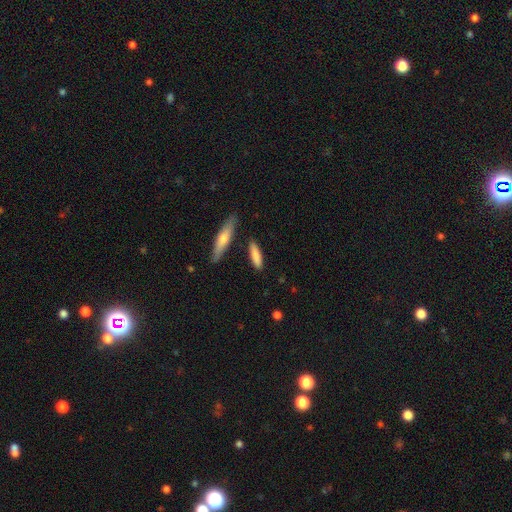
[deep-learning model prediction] A smooth galaxy with no disk features (82%) that is cigar-shaped (68%).

Vote fractions:
- Smooth or featured? smooth: 82% / featured or disk: 13% / star or artifact: 6%
- How rounded? cigar-shaped: 68% / in between: 30% / round: 2%
- Merging? none: 82% / minor disturbance: 11% / merger: 4% / major disturbance: 3%